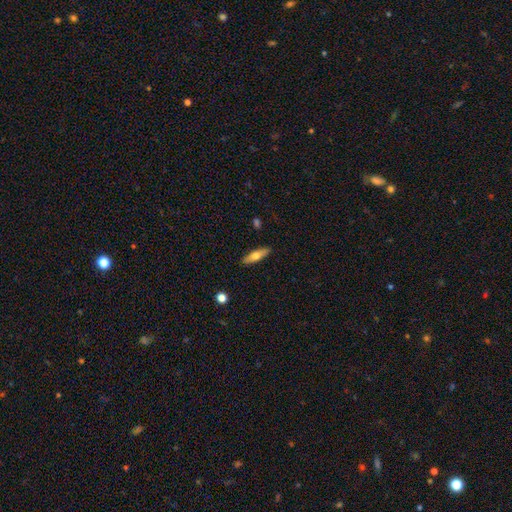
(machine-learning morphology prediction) A smooth galaxy with no disk features (59%) that is cigar-shaped (59%).

Vote fractions:
- Smooth or featured? smooth: 59% / featured or disk: 35% / star or artifact: 6%
- How rounded? cigar-shaped: 59% / in between: 38% / round: 3%
- Merging? none: 90% / minor disturbance: 8% / major disturbance: 2% / merger: 1%